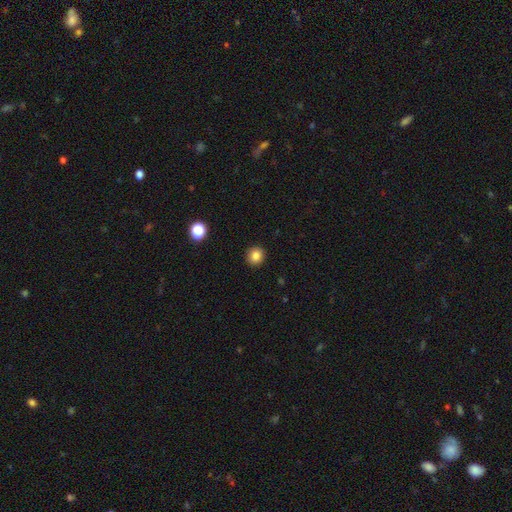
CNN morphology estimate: This appears to be a smooth galaxy with no disk features (83%) that is round (89%). Merging: none (92%).